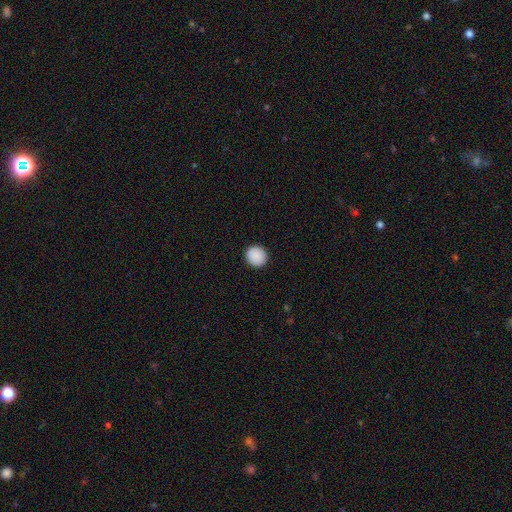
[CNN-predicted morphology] type=smooth (90%); roundness=round (90%); merging=none (92%).